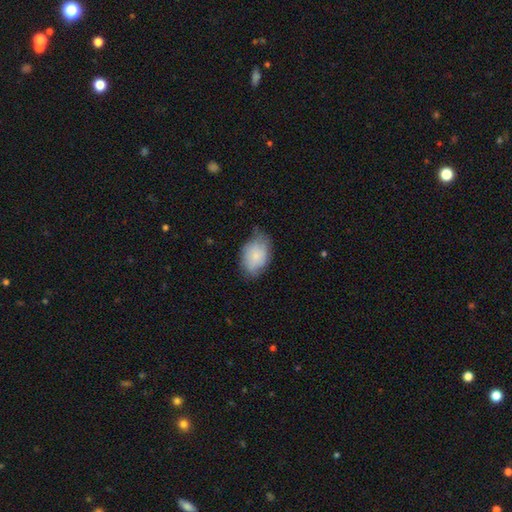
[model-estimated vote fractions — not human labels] smooth-or-featured: smooth: 68% | featured or disk: 25% | star or artifact: 7%
  how-rounded: in between: 85% | round: 14% | cigar-shaped: 1%
  merging: none: 60% | minor disturbance: 31% | major disturbance: 8% | merger: 1%